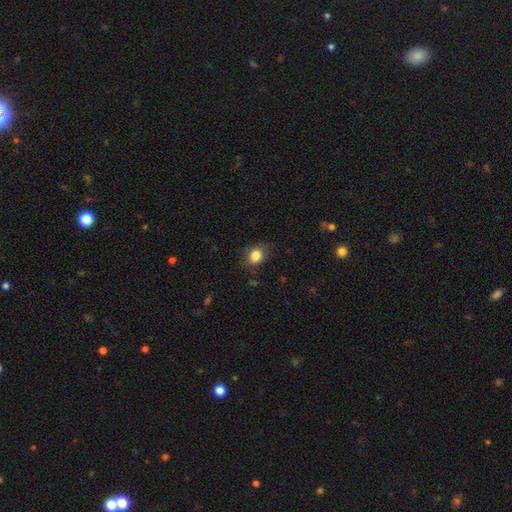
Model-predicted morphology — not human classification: type=smooth (84%); roundness=round (50%); merging=none (78%).